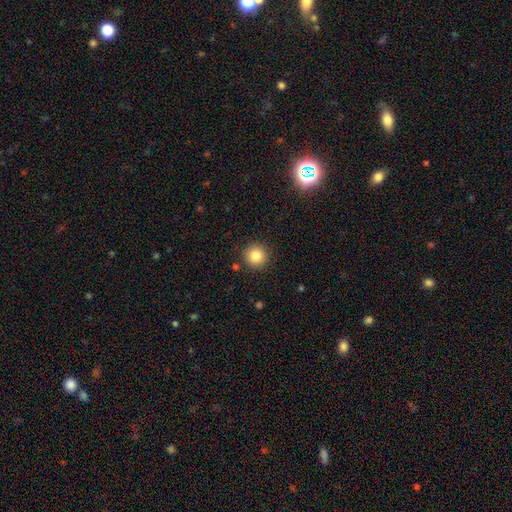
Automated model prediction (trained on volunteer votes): This appears to be a smooth galaxy with no disk features (84%) that is round (95%). Merging: none (90%).